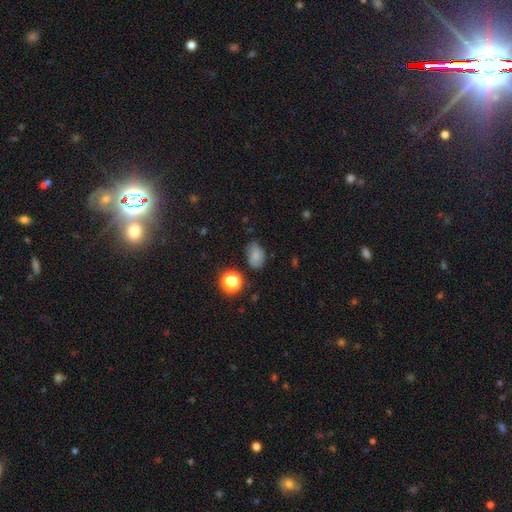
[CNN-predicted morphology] smooth 72%, star or artifact 14%, featured or disk 14%. Down the decision tree: how rounded — in between (74%); merging — none (64%).